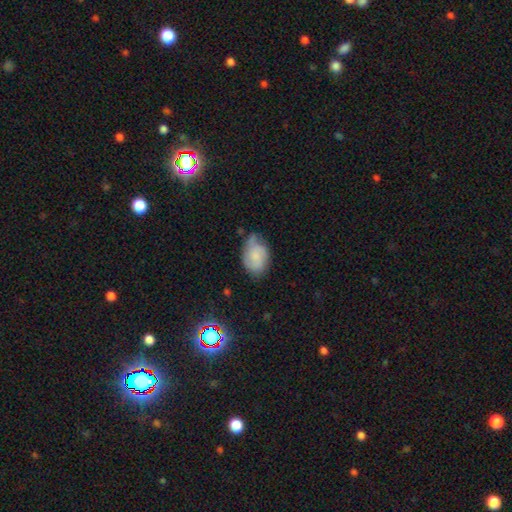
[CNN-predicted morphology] This is possibly a smooth galaxy (59%). How rounded: clearly in between (83%). Merging: possibly none (50%).